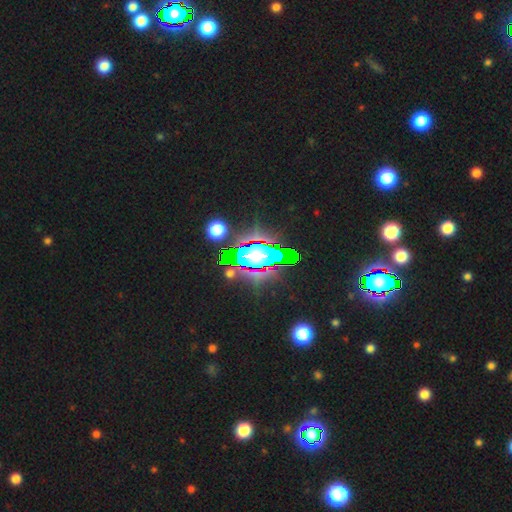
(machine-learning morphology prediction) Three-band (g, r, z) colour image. It shows a star or artifact, not a galaxy (62%).